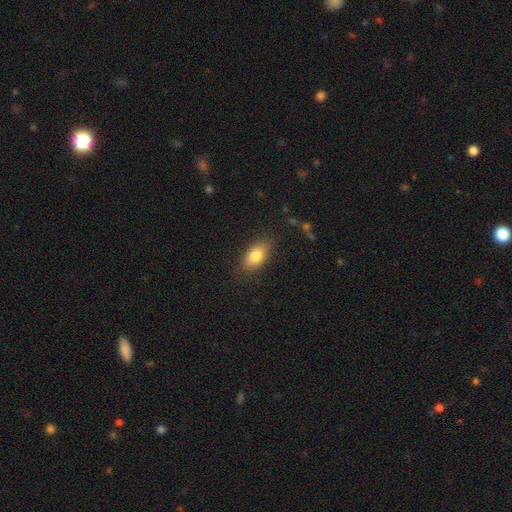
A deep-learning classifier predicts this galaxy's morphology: smooth_or_featured: smooth (p=0.81) [alt: featured or disk p=0.11]
how_rounded: in between (p=0.88) [alt: round p=0.07]
merging: none (p=0.82) [alt: minor disturbance p=0.13]